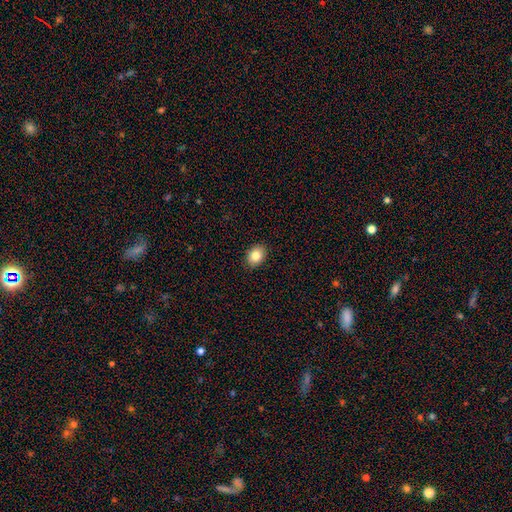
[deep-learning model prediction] Q: Smooth or featured?
A: smooth (83%); runner-up: star or artifact (9%)
Q: How rounded?
A: in between (70%); runner-up: round (29%)
Q: Merging?
A: none (90%); runner-up: minor disturbance (7%)